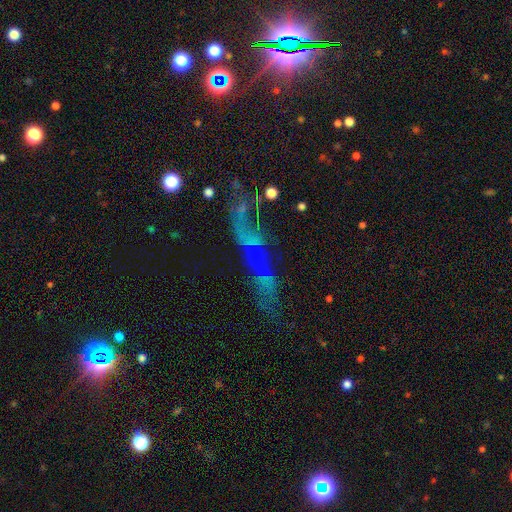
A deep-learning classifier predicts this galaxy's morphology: Smooth or featured? star or artifact (37%)